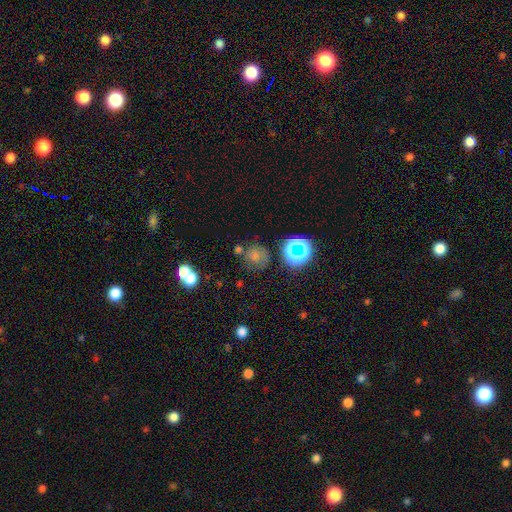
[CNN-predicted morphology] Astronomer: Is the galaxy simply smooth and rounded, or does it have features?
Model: smooth — 62%.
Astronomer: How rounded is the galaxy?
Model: round — 83%.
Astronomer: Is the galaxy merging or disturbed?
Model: none — 63%.